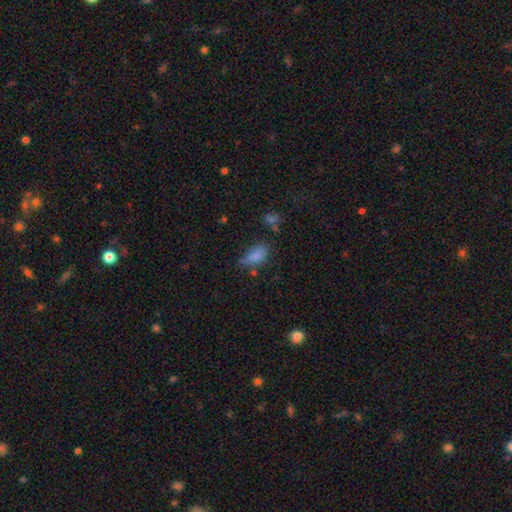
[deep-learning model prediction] This is clearly a smooth galaxy (80%). How rounded: clearly in between (90%). Merging: possibly none (54%).